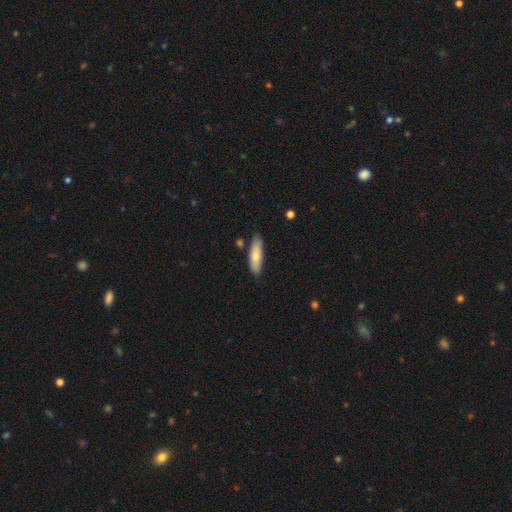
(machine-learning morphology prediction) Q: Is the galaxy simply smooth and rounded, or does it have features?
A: smooth — 78%.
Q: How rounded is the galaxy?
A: cigar-shaped — 55%.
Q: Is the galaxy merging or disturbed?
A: none — 79%.